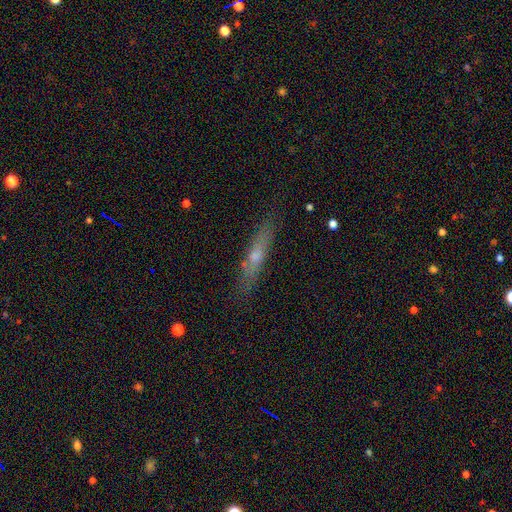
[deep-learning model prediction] Smooth or featured?
  - featured or disk: 50% *
  - smooth: 40%
  - star or artifact: 10%
Edge-on disk?
  - yes: 86% *
  - no: 14%
Merging?
  - none: 85% *
  - minor disturbance: 11%
  - major disturbance: 2%
  - merger: 1%